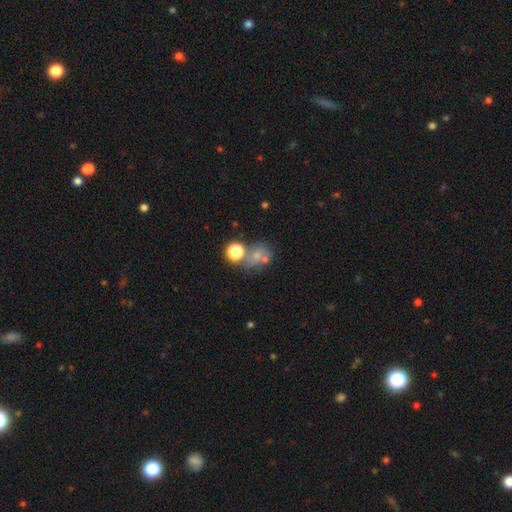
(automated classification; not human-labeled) This is possibly a smooth galaxy (57%). How rounded: likely round (62%). Merging: marginally merger (39%).